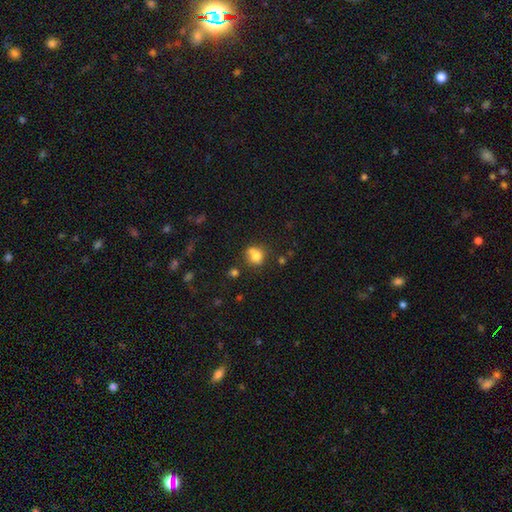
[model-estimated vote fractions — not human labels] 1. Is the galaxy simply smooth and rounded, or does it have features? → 74% smooth, 13% featured or disk, 12% star or artifact.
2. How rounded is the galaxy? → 75% round, 24% in between, 1% cigar-shaped.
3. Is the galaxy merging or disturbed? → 44% none, 36% merger, 15% minor disturbance, 6% major disturbance.